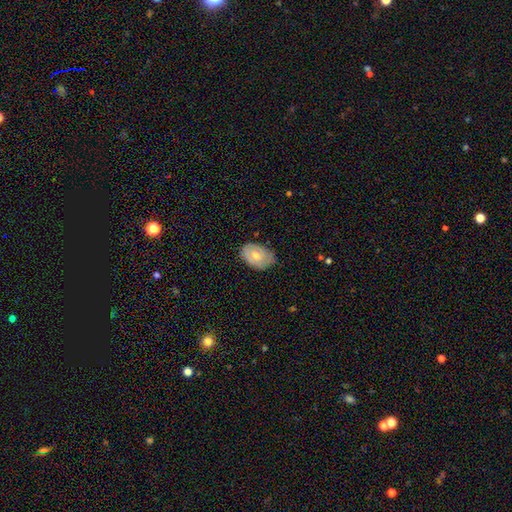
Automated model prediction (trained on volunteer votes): smooth_or_featured: smooth (p=0.51) [alt: featured or disk p=0.43]
how_rounded: in between (p=0.83) [alt: round p=0.16]
merging: none (p=0.64) [alt: minor disturbance p=0.29]